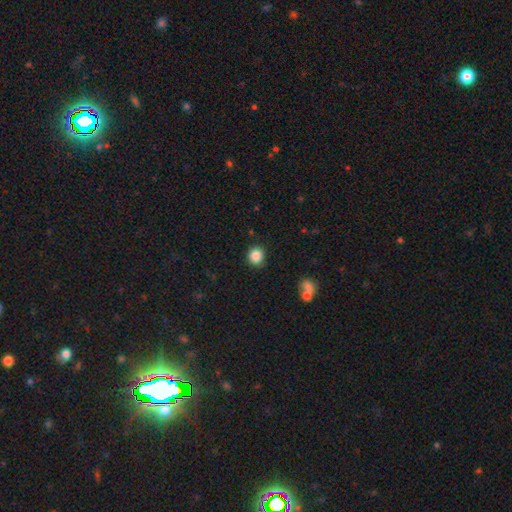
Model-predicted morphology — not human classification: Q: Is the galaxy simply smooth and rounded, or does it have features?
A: smooth — 86%.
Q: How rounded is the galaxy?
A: round — 86%.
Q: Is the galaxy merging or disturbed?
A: none — 88%.